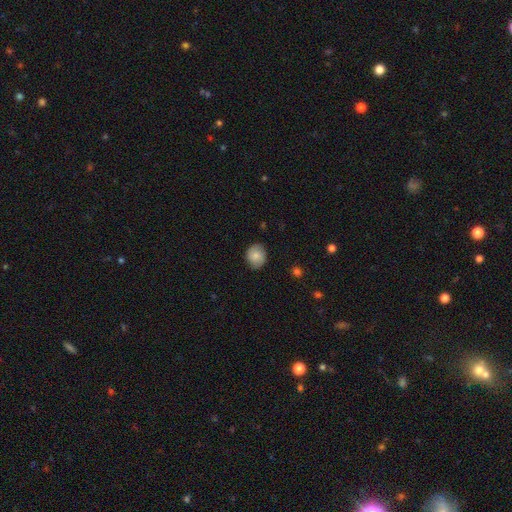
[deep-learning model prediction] This is likely a smooth galaxy (73%). How rounded: likely round (66%). Merging: clearly none (82%).